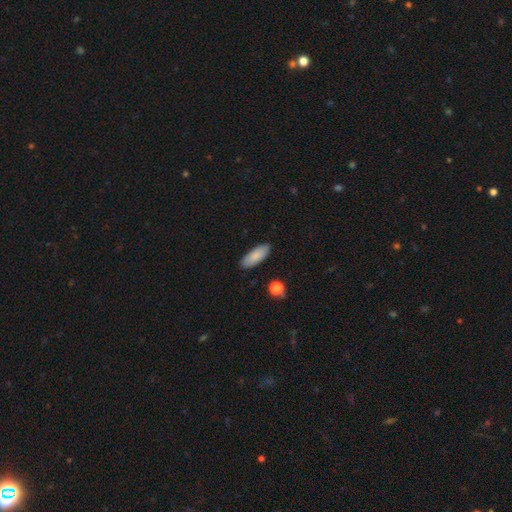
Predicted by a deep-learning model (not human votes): smooth 85%, featured or disk 8%, star or artifact 6%. Down the decision tree: how rounded — in between (73%); merging — none (87%).